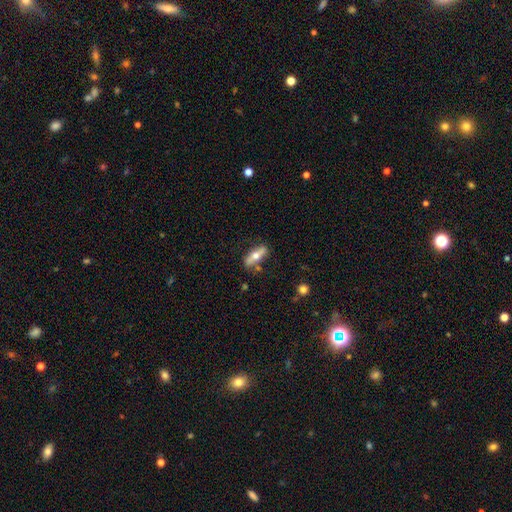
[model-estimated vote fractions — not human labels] Smooth or featured?
  - smooth: 53% *
  - featured or disk: 41%
  - star or artifact: 6%
How rounded?
  - in between: 56% *
  - cigar-shaped: 41%
  - round: 3%
Merging?
  - none: 76% *
  - minor disturbance: 16%
  - merger: 4%
  - major disturbance: 4%